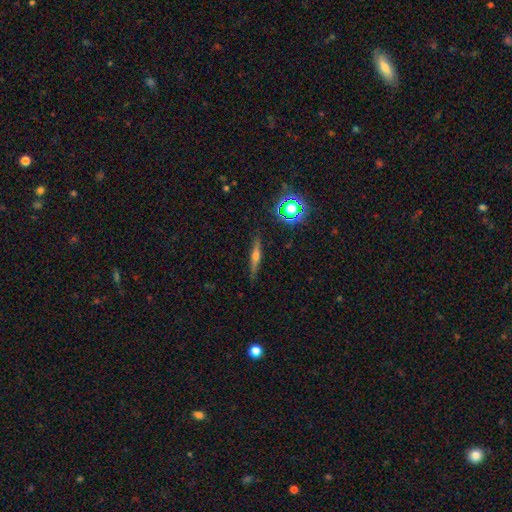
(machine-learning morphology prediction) Smooth or featured? Predicted: featured or disk (p=0.59). Edge-on disk? Predicted: yes (p=0.96). Edge-on bulge? Predicted: rounded (p=0.87). Merging? Predicted: none (p=0.87).